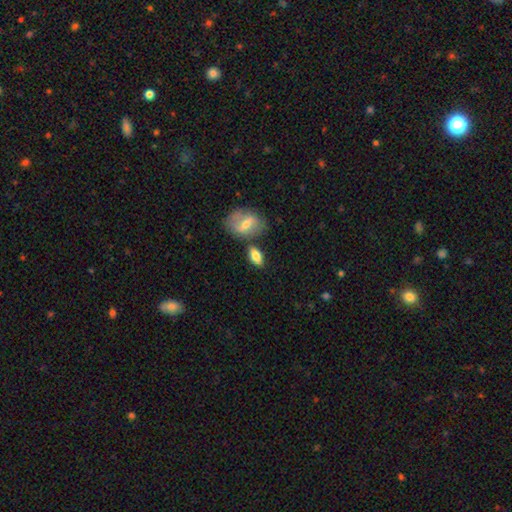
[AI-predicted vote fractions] Smooth or featured? Predicted: smooth (p=0.75). How rounded? Predicted: in between (p=0.85). Merging? Predicted: none (p=0.68).